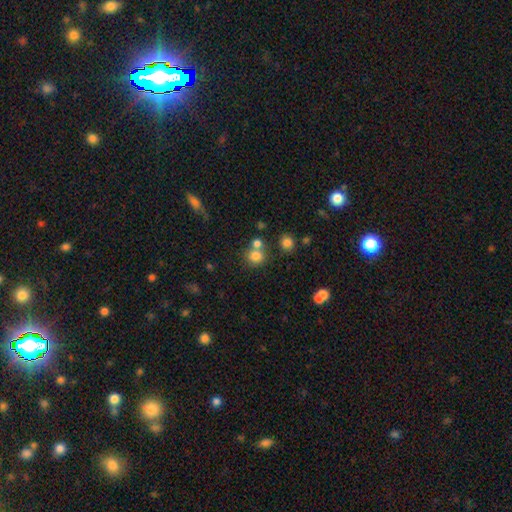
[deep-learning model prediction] Q: Smooth or featured?
A: smooth (78%); runner-up: star or artifact (14%)
Q: How rounded?
A: round (83%); runner-up: in between (16%)
Q: Merging?
A: none (56%); runner-up: merger (31%)